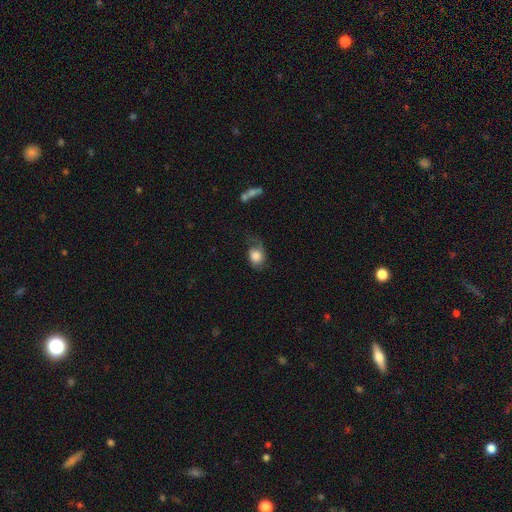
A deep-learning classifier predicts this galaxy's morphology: smooth_or_featured: smooth (p=0.72) [alt: featured or disk p=0.20]
how_rounded: in between (p=0.58) [alt: round p=0.40]
merging: none (p=0.37) [alt: minor disturbance p=0.31]